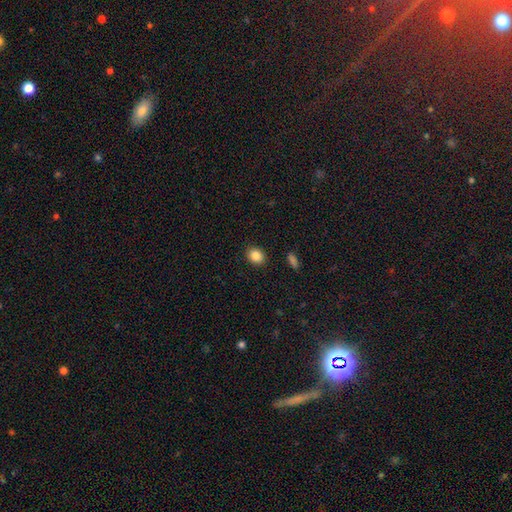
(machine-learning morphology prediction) A smooth galaxy with no disk features (86%) that is round (59%). Merging: none (90%).